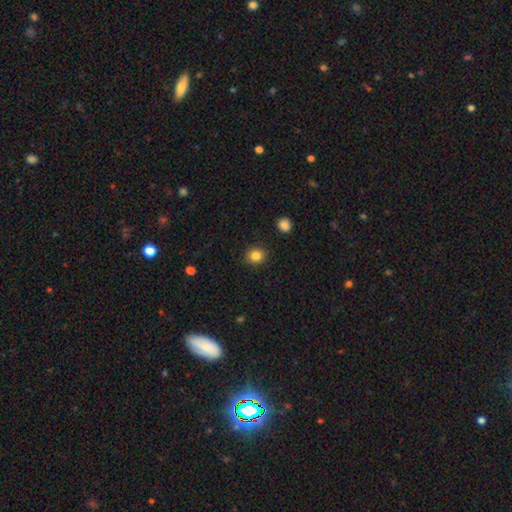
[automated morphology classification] The model was most divided on "how rounded": round: 82%, in between: 17%, cigar-shaped: 1%. More confident: merging — none (91%); smooth or featured — smooth (84%).